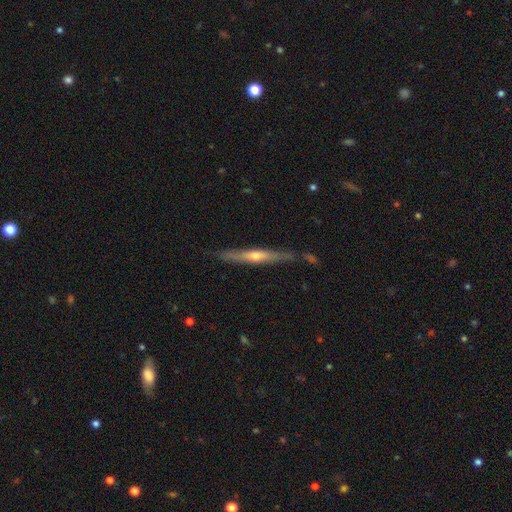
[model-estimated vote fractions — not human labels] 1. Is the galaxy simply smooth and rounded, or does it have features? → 70% featured or disk, 24% smooth, 6% star or artifact.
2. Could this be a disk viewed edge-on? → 95% yes, 5% no.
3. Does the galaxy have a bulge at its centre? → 76% rounded, 20% none, 5% boxy.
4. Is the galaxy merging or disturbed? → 81% none, 13% minor disturbance, 3% merger, 3% major disturbance.